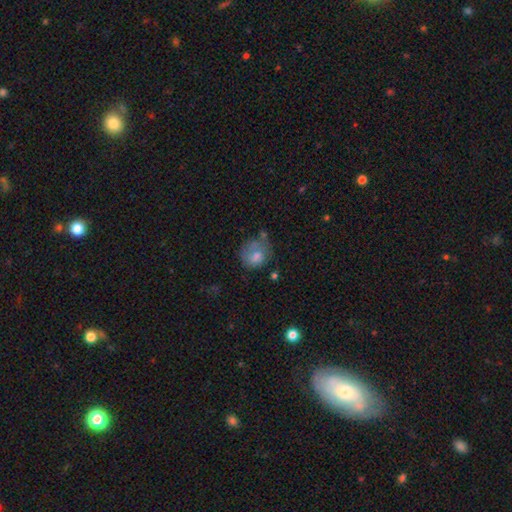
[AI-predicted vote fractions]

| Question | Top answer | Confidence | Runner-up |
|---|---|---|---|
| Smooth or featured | smooth | 68% | featured or disk (23%) |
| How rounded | round | 71% | in between (28%) |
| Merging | none | 44% | minor disturbance (27%) |